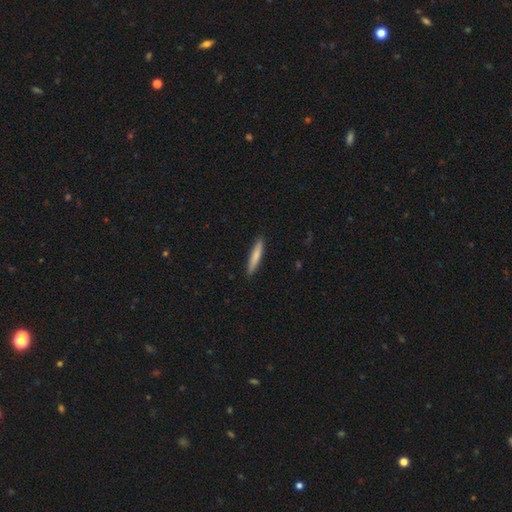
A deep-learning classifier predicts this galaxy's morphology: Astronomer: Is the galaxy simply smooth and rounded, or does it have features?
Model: smooth — 79%.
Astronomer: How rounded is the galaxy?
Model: cigar-shaped — 92%.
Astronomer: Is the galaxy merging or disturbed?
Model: none — 89%.